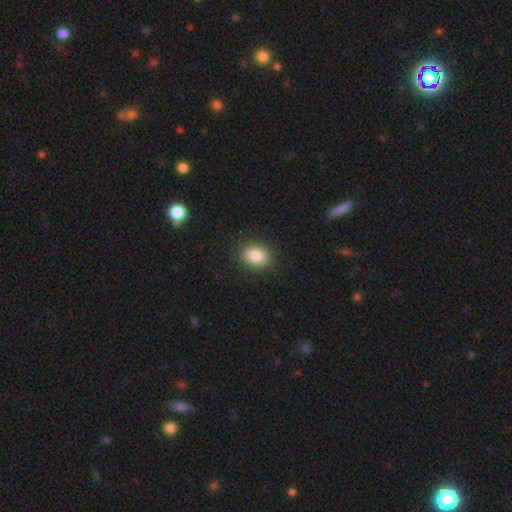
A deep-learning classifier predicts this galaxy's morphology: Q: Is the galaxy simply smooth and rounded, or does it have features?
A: smooth — 85%.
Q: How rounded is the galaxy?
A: in between — 62%.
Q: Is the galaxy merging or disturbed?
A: none — 89%.